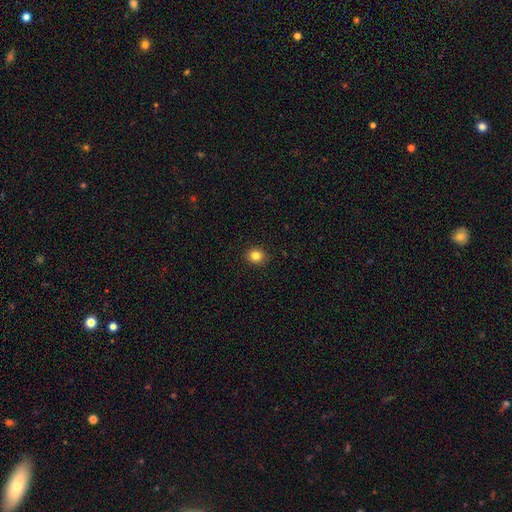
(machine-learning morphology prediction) Smooth or featured? Predicted: smooth (p=0.83). How rounded? Predicted: round (p=0.89). Merging? Predicted: none (p=0.92).